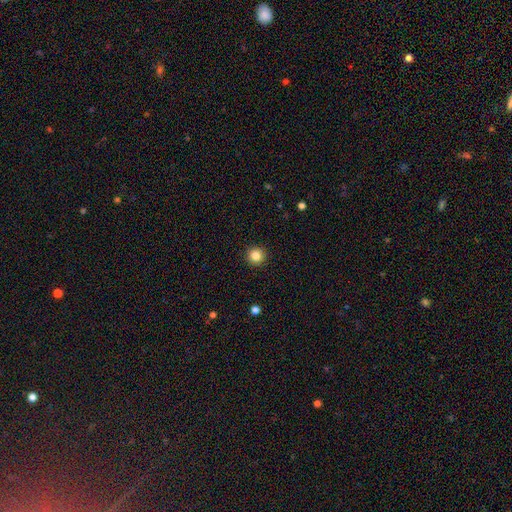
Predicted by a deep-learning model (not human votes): Smooth or featured: smooth — 85% (star or artifact — 11%)
How rounded: round — 96% (in between — 4%)
Merging: none — 93% (minor disturbance — 5%)